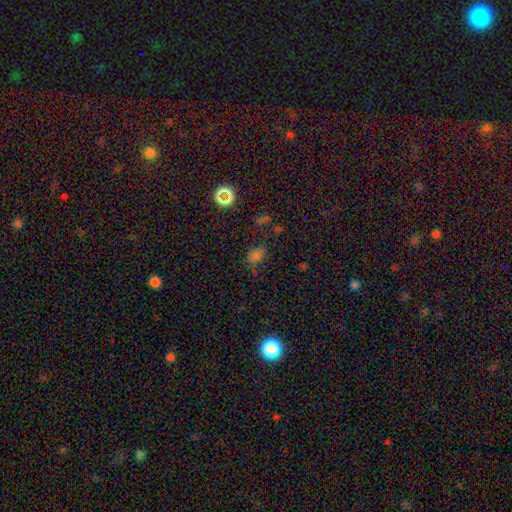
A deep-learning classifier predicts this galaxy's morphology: A smooth galaxy with no disk features (64%) that is in between round and cigar-shaped (72%).

Vote fractions:
- Smooth or featured? smooth: 64% / star or artifact: 29% / featured or disk: 7%
- How rounded? in between: 72% / round: 25% / cigar-shaped: 2%
- Merging? none: 58% / minor disturbance: 24% / major disturbance: 13% / merger: 5%